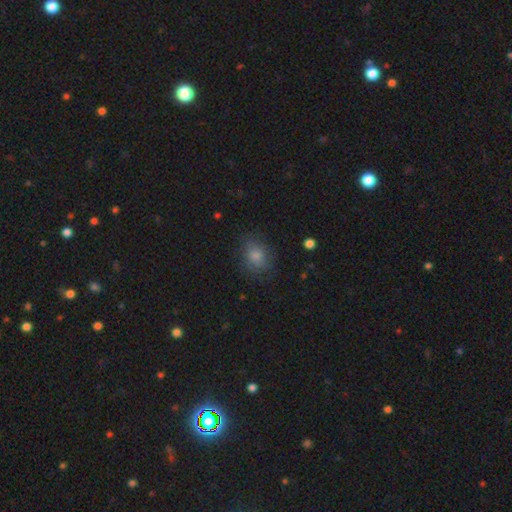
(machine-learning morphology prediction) Q: Smooth or featured?
A: smooth (75%); runner-up: star or artifact (14%)
Q: How rounded?
A: round (50%); runner-up: in between (49%)
Q: Merging?
A: none (78%); runner-up: minor disturbance (16%)